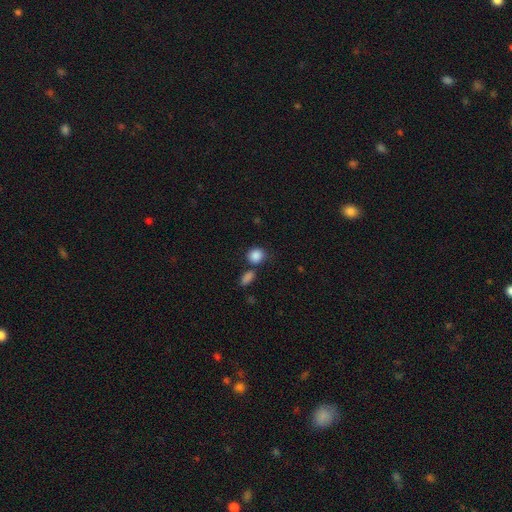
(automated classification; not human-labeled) The model was most divided on "merging": none: 67%, merger: 17%, minor disturbance: 12%, major disturbance: 4%. More confident: smooth or featured — smooth (87%); how rounded — round (76%).